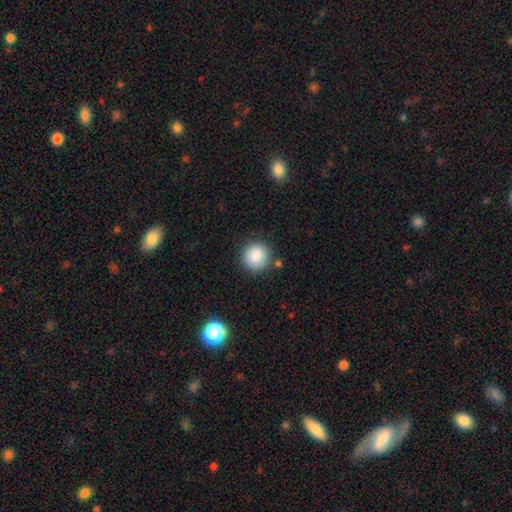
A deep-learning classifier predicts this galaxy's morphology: Smooth or featured? smooth (88%)
How rounded? round (92%)
Merging? none (85%)